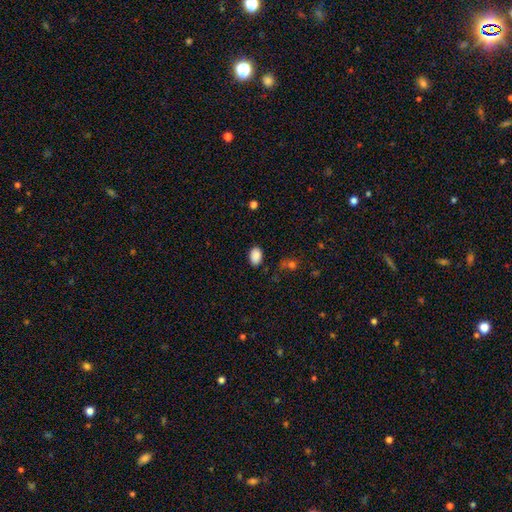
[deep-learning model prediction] A smooth galaxy with no disk features (88%) that is in between round and cigar-shaped (84%).

Vote fractions:
- Smooth or featured? smooth: 88% / star or artifact: 8% / featured or disk: 3%
- How rounded? in between: 84% / round: 15% / cigar-shaped: 1%
- Merging? none: 84% / minor disturbance: 11% / major disturbance: 3% / merger: 2%